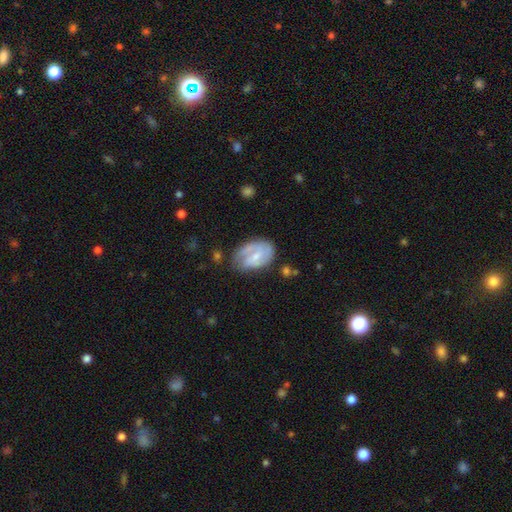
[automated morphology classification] Smooth or featured? Predicted: featured or disk (p=0.66). Edge-on disk? Predicted: no (p=0.97). Bar? Predicted: weak (p=0.48). Spiral arms? Predicted: yes (p=0.85). Spiral winding? Predicted: tight (p=0.41). Spiral arm count? Predicted: 2 (p=0.44). Bulge size? Predicted: small (p=0.55). Merging? Predicted: none (p=0.56).